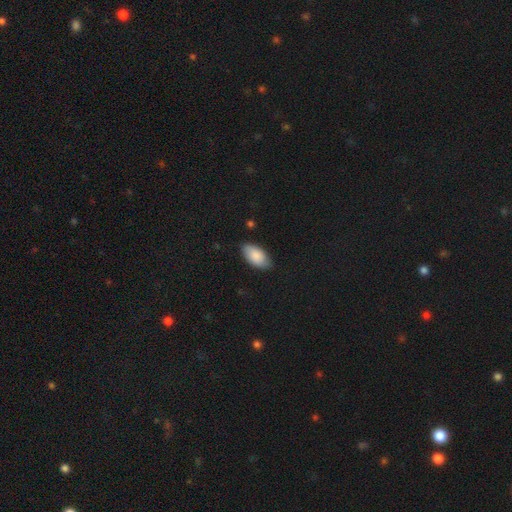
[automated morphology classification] smooth_or_featured: smooth (p=0.86) [alt: featured or disk p=0.08]
how_rounded: in between (p=0.95) [alt: cigar-shaped p=0.03]
merging: none (p=0.83) [alt: minor disturbance p=0.14]